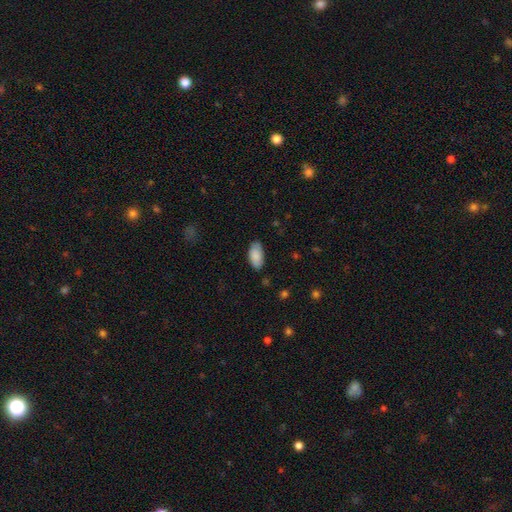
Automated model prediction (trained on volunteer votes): This is clearly a smooth galaxy (87%). How rounded: clearly in between (95%). Merging: clearly none (82%).